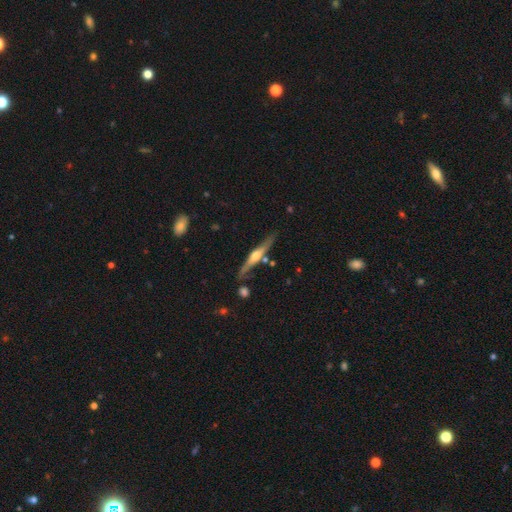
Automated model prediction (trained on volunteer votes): featured or disk 72%, smooth 23%, star or artifact 5%. Down the decision tree: edge-on disk — yes (95%); edge-on bulge — rounded (86%); merging — none (77%).